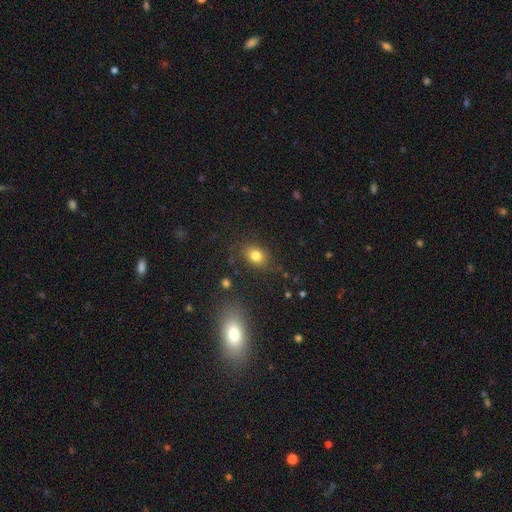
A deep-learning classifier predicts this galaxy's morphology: Smooth or featured?
  - smooth: 80% *
  - star or artifact: 12%
  - featured or disk: 9%
How rounded?
  - in between: 65% *
  - round: 34%
  - cigar-shaped: 1%
Merging?
  - none: 81% *
  - minor disturbance: 13%
  - major disturbance: 4%
  - merger: 3%